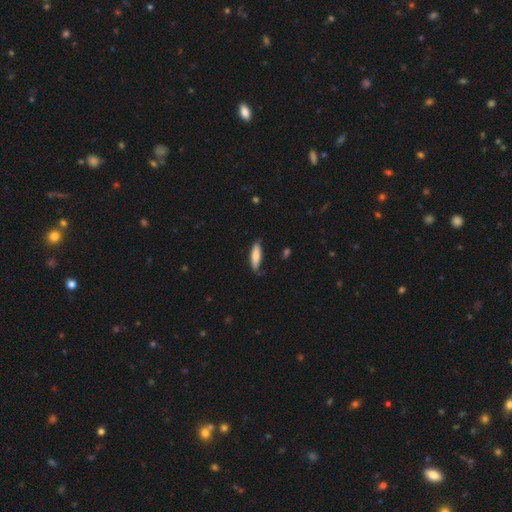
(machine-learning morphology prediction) smooth_or_featured: smooth (p=0.77) [alt: featured or disk p=0.18]
how_rounded: cigar-shaped (p=0.62) [alt: in between p=0.37]
merging: none (p=0.73) [alt: minor disturbance p=0.22]